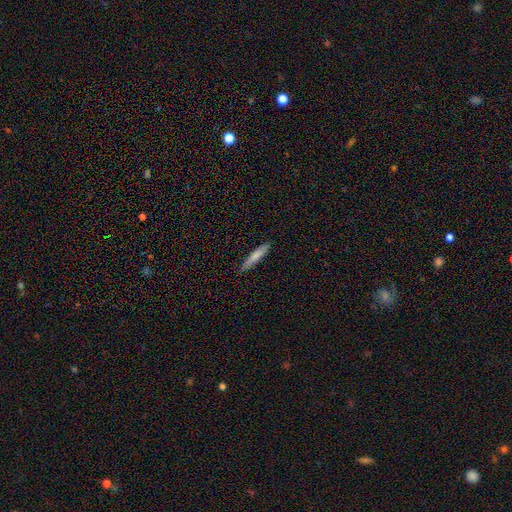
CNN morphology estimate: Smooth or featured?
  - smooth: 76% *
  - featured or disk: 18%
  - star or artifact: 6%
How rounded?
  - cigar-shaped: 89% *
  - in between: 9%
  - round: 1%
Merging?
  - none: 88% *
  - minor disturbance: 9%
  - major disturbance: 2%
  - merger: 1%